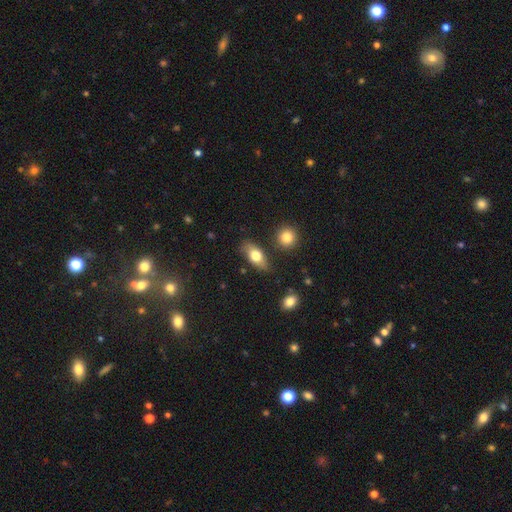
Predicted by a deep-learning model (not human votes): The model was most divided on "smooth or featured": smooth: 70%, featured or disk: 23%, star or artifact: 7%. More confident: how rounded — in between (82%); merging — none (78%).